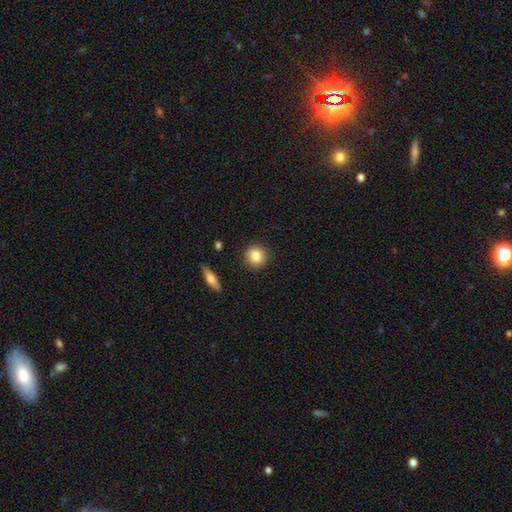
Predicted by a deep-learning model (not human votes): Smooth or featured? smooth (83%)
How rounded? round (92%)
Merging? none (90%)